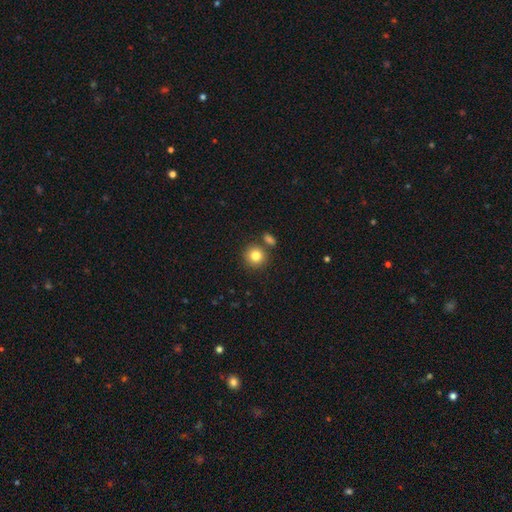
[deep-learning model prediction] Smooth or featured: smooth — 82% (star or artifact — 10%)
How rounded: round — 91% (in between — 8%)
Merging: none — 77% (merger — 12%)